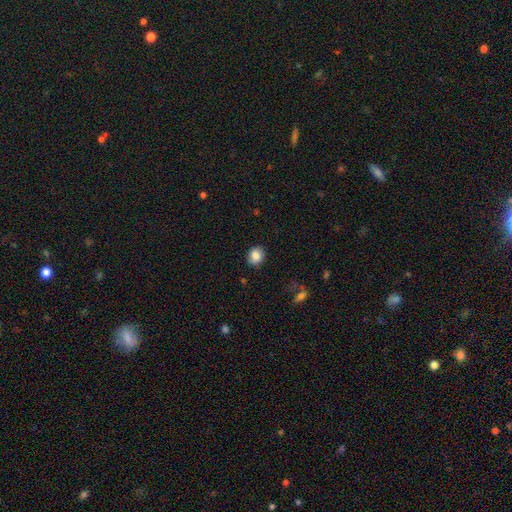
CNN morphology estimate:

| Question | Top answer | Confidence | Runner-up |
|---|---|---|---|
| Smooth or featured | smooth | 85% | star or artifact (9%) |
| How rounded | round | 61% | in between (38%) |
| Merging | none | 87% | minor disturbance (10%) |